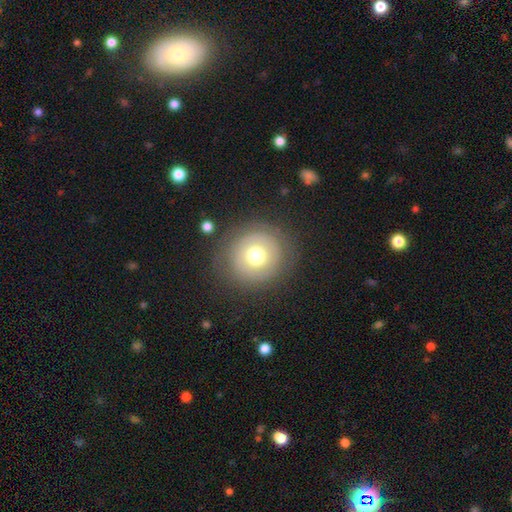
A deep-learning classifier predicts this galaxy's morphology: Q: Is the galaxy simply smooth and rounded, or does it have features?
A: smooth — 58%.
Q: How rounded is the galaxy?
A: round — 92%.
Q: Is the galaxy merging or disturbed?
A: none — 80%.